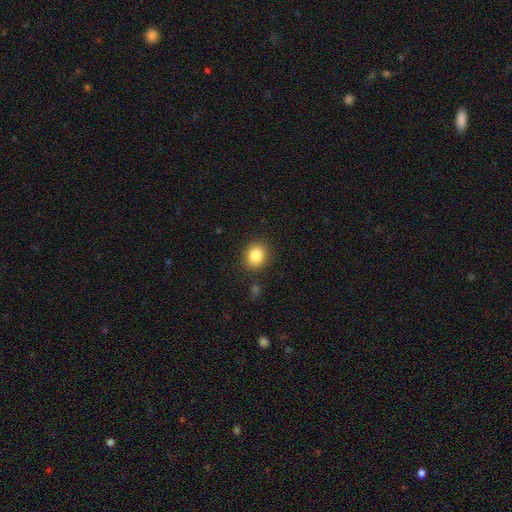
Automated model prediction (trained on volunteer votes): smooth_or_featured: smooth (p=0.84) [alt: star or artifact p=0.10]
how_rounded: round (p=0.67) [alt: in between p=0.32]
merging: none (p=0.86) [alt: minor disturbance p=0.09]